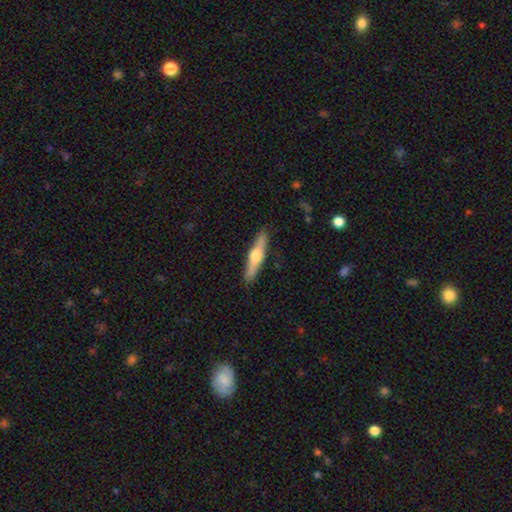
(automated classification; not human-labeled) Smooth or featured?
  - featured or disk: 55% *
  - smooth: 40%
  - star or artifact: 5%
Edge-on disk?
  - yes: 94% *
  - no: 6%
Edge-on bulge?
  - rounded: 92% *
  - boxy: 4%
  - none: 4%
Merging?
  - none: 89% *
  - minor disturbance: 8%
  - major disturbance: 2%
  - merger: 1%